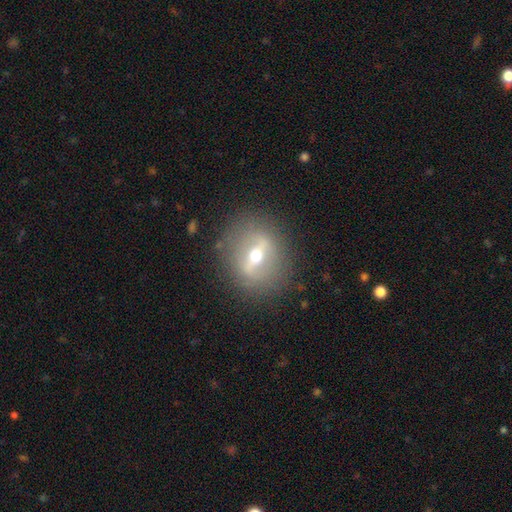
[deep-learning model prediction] Morphology: type=featured or disk (71%); edge-on=no (65%); merging=none (84%).